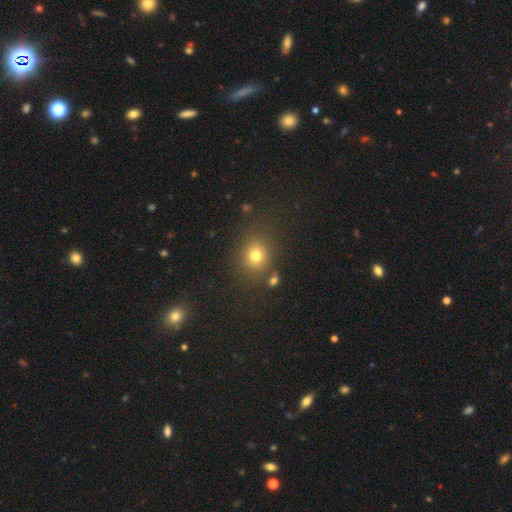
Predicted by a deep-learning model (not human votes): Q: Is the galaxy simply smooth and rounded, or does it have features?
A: smooth — 76%.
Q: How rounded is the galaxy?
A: round — 73%.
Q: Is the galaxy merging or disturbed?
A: none — 77%.